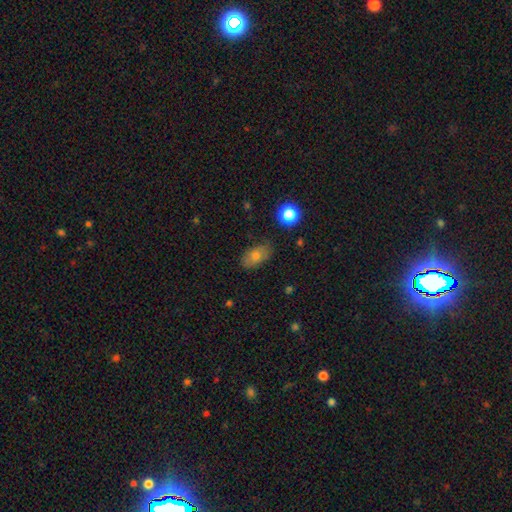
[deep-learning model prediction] This appears to be a smooth galaxy with no disk features (70%) that is in between round and cigar-shaped (87%). Merging: none (81%).